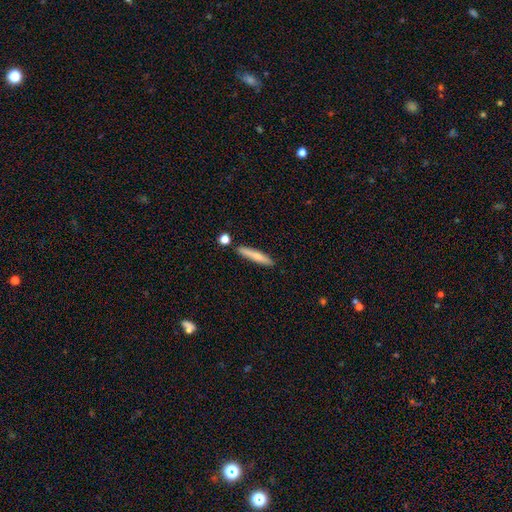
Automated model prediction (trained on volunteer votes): This appears to be a smooth galaxy with no disk features (70%) that is cigar-shaped (91%). Merging: none (83%).